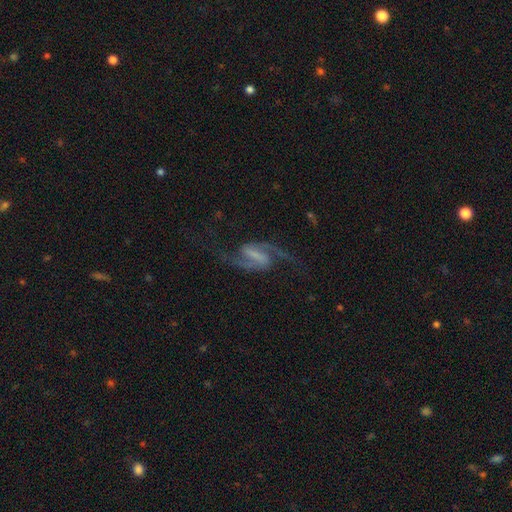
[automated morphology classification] smooth-or-featured: featured or disk: 90% | star or artifact: 5% | smooth: 4%
  disk-edge-on: no: 98% | yes: 2%
    bar: strong: 52% | weak: 37% | no: 11%
    has-spiral-arms: yes: 98% | no: 2%
      spiral-winding: loose: 53% | medium: 40% | tight: 7%
      spiral-arm-count: 2: 94% | can't tell: 1% | 1: 1% | 3: 1% | 4: 1% | more than 4: 1%
    bulge-size: none: 54% | small: 23% | moderate: 14% | large: 6% | dominant: 2%
  merging: none: 76% | minor disturbance: 12% | major disturbance: 10% | merger: 2%